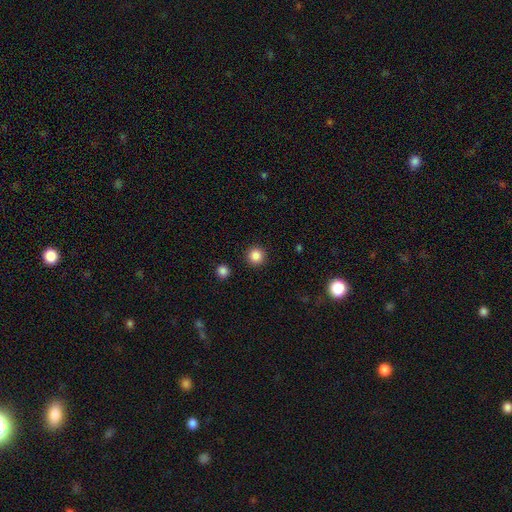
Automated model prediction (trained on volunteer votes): Q: Smooth or featured?
A: smooth (86%); runner-up: star or artifact (11%)
Q: How rounded?
A: round (95%); runner-up: in between (4%)
Q: Merging?
A: none (93%); runner-up: minor disturbance (4%)